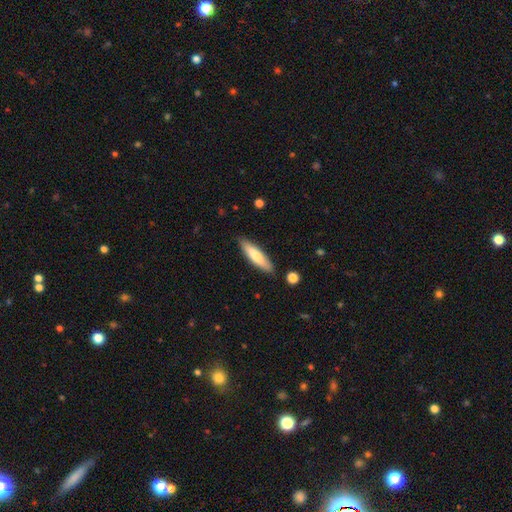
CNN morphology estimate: Smooth or featured: smooth — 74% (featured or disk — 21%)
How rounded: cigar-shaped — 73% (in between — 26%)
Merging: none — 86% (minor disturbance — 10%)